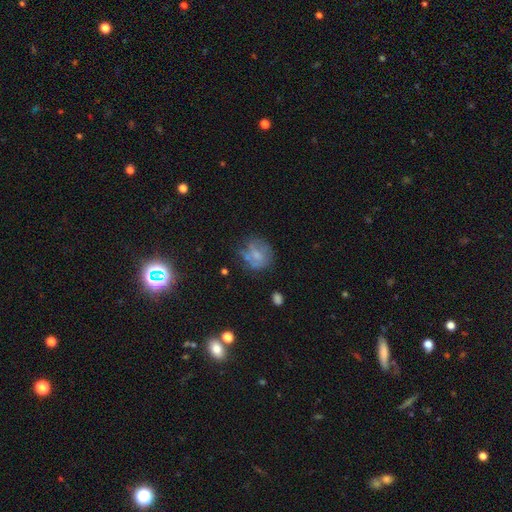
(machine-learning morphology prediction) smooth 50%, featured or disk 39%, star or artifact 11%. Down the decision tree: merging — none (48%).